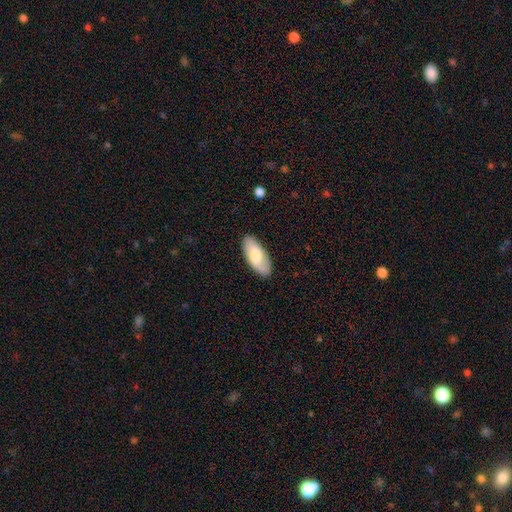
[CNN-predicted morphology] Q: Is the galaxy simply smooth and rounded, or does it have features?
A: smooth — 66%.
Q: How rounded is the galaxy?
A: in between — 87%.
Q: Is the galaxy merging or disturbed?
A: none — 88%.